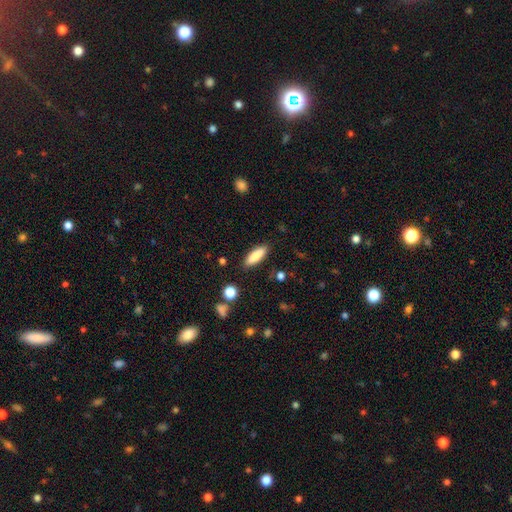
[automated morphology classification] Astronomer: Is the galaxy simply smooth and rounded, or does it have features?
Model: smooth — 83%.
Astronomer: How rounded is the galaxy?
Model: cigar-shaped — 51% (runner-up: in between, 47%).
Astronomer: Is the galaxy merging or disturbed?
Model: none — 87%.